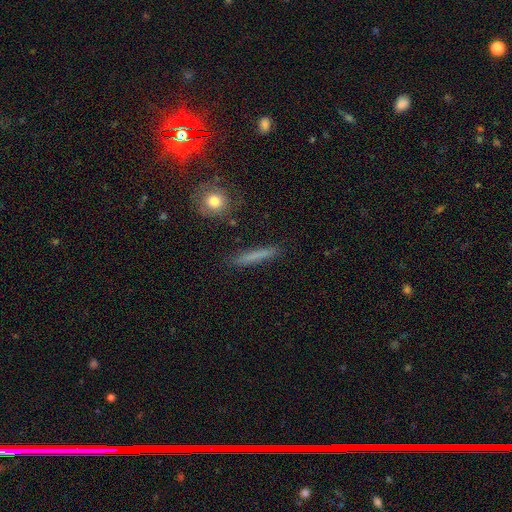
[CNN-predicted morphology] Smooth or featured? Predicted: smooth (p=0.70). How rounded? Predicted: cigar-shaped (p=0.94). Merging? Predicted: none (p=0.88).